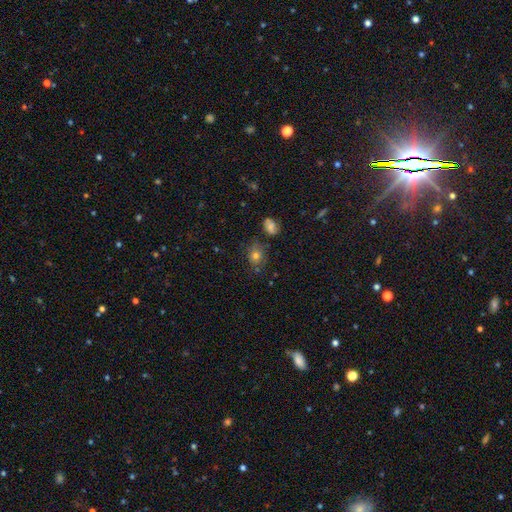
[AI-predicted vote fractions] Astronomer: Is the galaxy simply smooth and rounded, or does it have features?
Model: smooth — 72%.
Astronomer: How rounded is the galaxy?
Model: round — 50% (runner-up: in between, 49%).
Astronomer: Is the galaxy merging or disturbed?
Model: none — 71%.